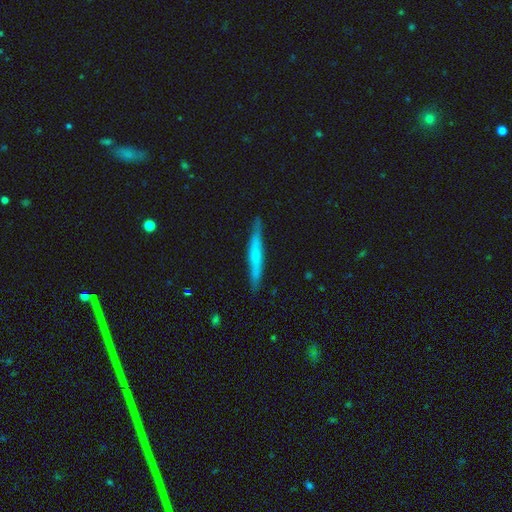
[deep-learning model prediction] smooth_or_featured: smooth (p=0.48) [alt: featured or disk p=0.45]
merging: none (p=0.87) [alt: minor disturbance p=0.10]